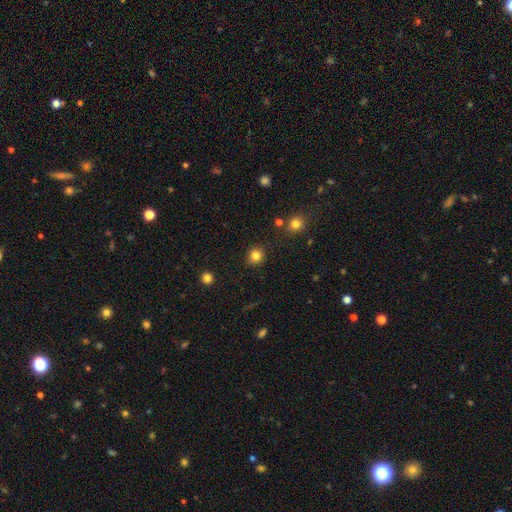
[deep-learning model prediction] This appears to be a smooth galaxy with no disk features (83%) that is round (85%). Merging: none (89%).